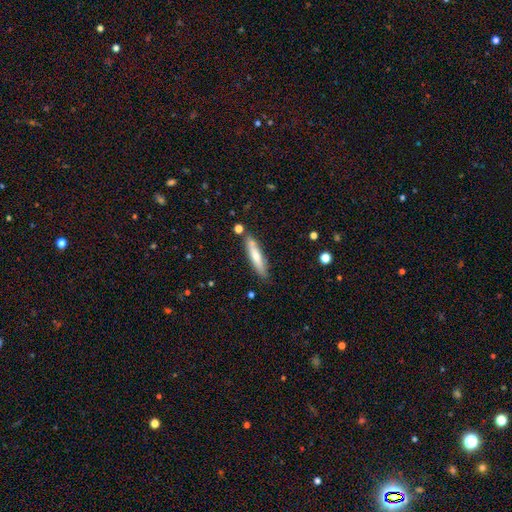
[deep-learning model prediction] The model was most divided on "smooth or featured": smooth: 65%, featured or disk: 29%, star or artifact: 6%. More confident: how rounded — cigar-shaped (86%); merging — none (79%).